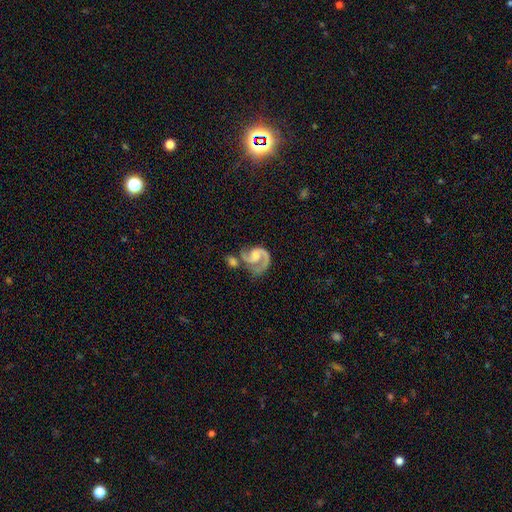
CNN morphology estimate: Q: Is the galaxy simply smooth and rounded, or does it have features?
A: featured or disk — 89%.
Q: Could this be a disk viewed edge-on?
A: no — 98%.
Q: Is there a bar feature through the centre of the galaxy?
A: no — 53%.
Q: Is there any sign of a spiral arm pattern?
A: yes — 97%.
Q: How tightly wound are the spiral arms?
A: medium — 56%.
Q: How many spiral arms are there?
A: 2 — 80%.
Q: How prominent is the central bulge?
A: moderate — 39%.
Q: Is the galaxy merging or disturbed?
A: none — 42%.